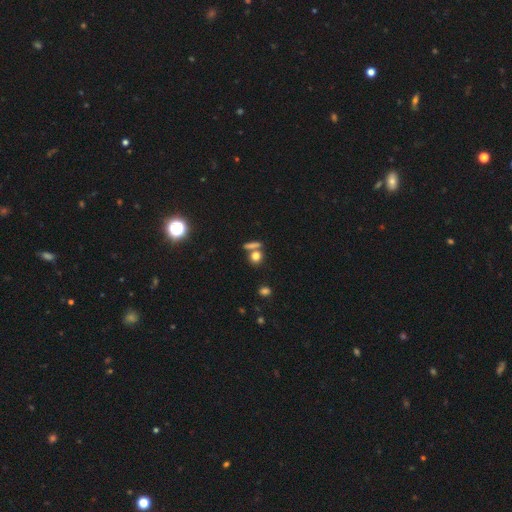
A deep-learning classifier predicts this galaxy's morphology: Smooth or featured? Predicted: smooth (p=0.72). How rounded? Predicted: round (p=0.72). Merging? Predicted: none (p=0.66).